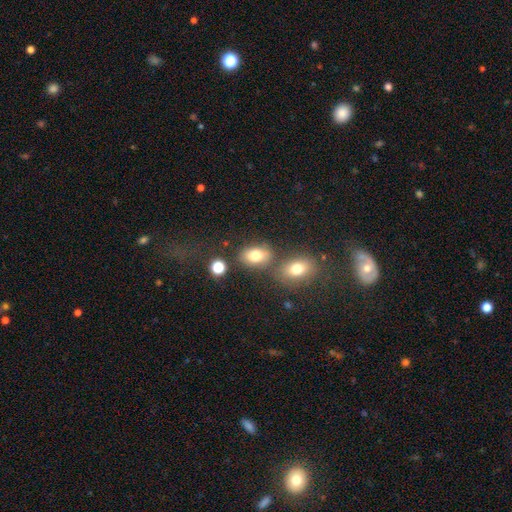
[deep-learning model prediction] A smooth galaxy with no disk features (77%) that is in between round and cigar-shaped (76%). Merging: none (64%).